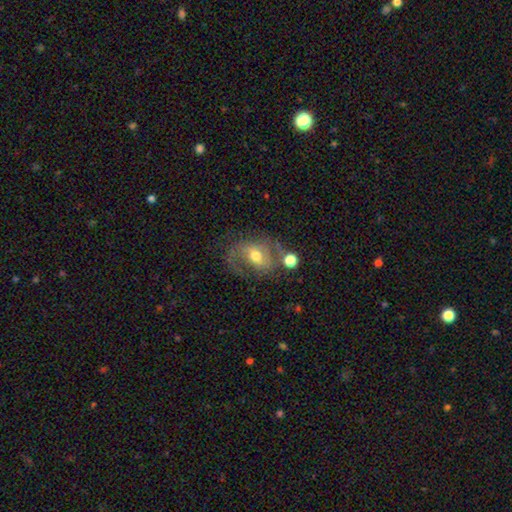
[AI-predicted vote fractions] Smooth or featured? Predicted: featured or disk (p=0.70). Edge-on disk? Predicted: no (p=0.96). Bar? Predicted: weak (p=0.40). Spiral arms? Predicted: yes (p=0.83). Spiral winding? Predicted: medium (p=0.48). Spiral arm count? Predicted: 2 (p=0.71). Bulge size? Predicted: moderate (p=0.66). Merging? Predicted: none (p=0.62).